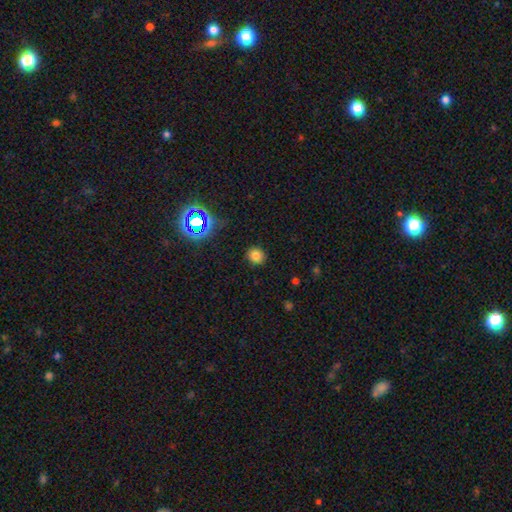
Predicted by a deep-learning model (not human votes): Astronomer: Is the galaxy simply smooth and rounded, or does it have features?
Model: smooth — 76%.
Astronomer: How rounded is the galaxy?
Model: round — 87%.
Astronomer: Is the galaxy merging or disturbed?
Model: none — 88%.